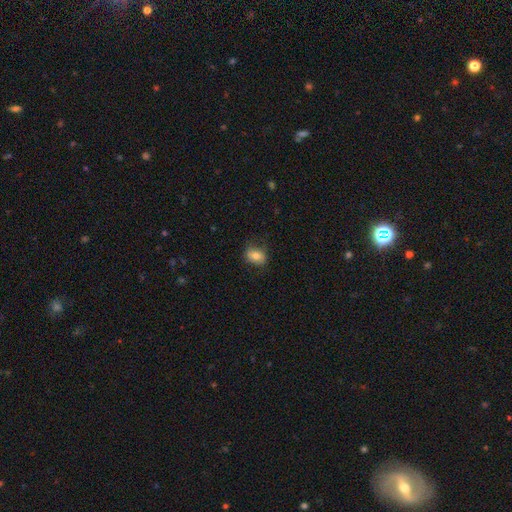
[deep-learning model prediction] smooth-or-featured: smooth: 76% | featured or disk: 15% | star or artifact: 9%
  how-rounded: in between: 64% | round: 34% | cigar-shaped: 1%
  merging: none: 75% | minor disturbance: 19% | major disturbance: 5% | merger: 1%